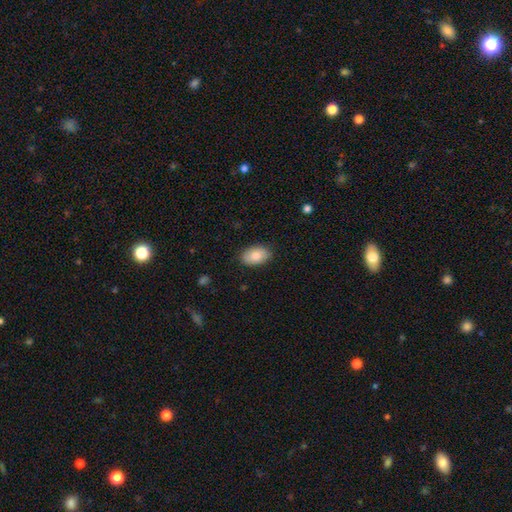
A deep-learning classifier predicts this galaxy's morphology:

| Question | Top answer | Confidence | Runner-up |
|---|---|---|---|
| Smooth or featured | smooth | 81% | featured or disk (12%) |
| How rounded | in between | 91% | round (8%) |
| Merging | none | 85% | minor disturbance (12%) |